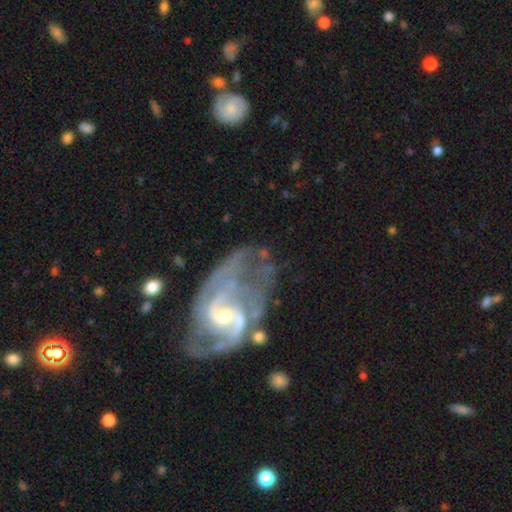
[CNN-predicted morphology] Smooth or featured?
  - featured or disk: 88% *
  - star or artifact: 7%
  - smooth: 5%
Edge-on disk?
  - no: 97% *
  - yes: 3%
Bar?
  - weak: 44% *
  - no: 42%
  - strong: 15%
Spiral arms?
  - yes: 95% *
  - no: 5%
Spiral winding?
  - medium: 49% *
  - tight: 27%
  - loose: 24%
Spiral arm count?
  - 2: 61% *
  - can't tell: 15%
  - 3: 11%
  - 1: 5%
  - 4: 4%
  - more than 4: 4%
Bulge size?
  - small: 56% *
  - moderate: 39%
  - large: 2%
  - none: 2%
  - dominant: 1%
Merging?
  - none: 42% *
  - major disturbance: 28%
  - minor disturbance: 22%
  - merger: 8%